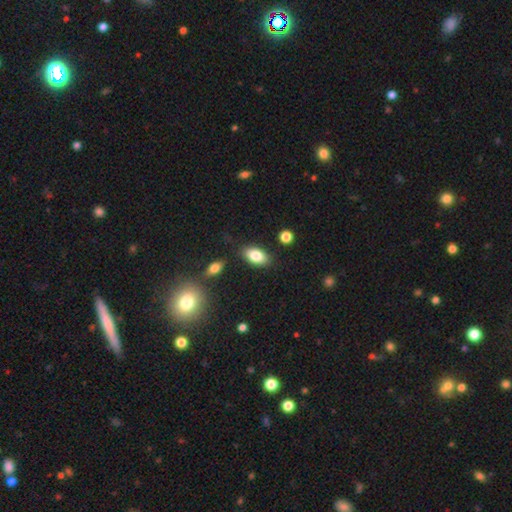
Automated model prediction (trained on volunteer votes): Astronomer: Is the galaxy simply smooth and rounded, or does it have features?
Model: smooth — 82%.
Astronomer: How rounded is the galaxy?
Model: in between — 90%.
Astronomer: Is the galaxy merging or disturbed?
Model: none — 83%.